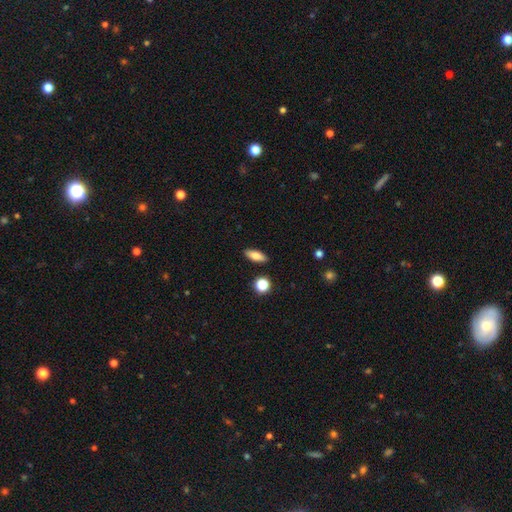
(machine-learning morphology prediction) A smooth galaxy with no disk features (80%) that is in between round and cigar-shaped (71%). Merging: none (89%).